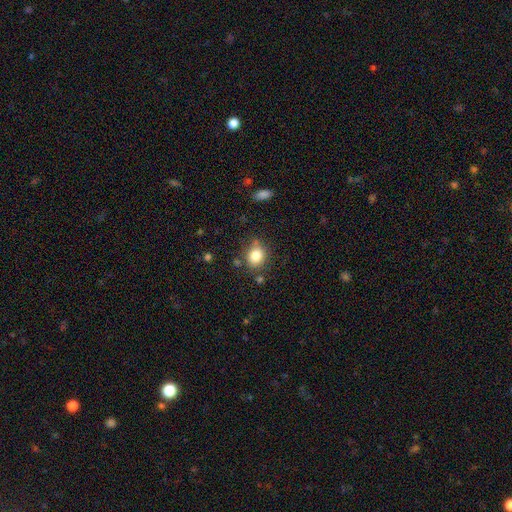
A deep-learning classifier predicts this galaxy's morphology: Smooth or featured? smooth (83%)
How rounded? round (67%)
Merging? none (77%)